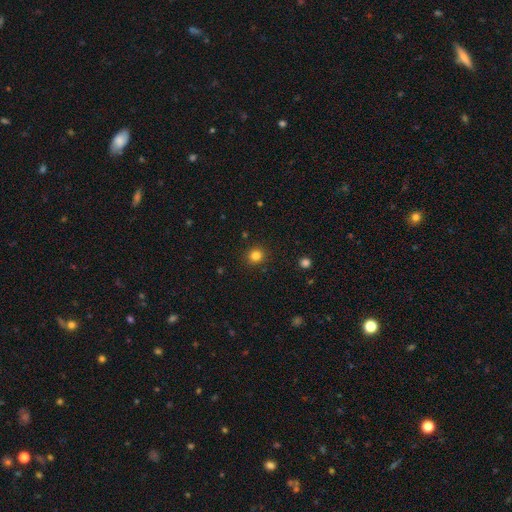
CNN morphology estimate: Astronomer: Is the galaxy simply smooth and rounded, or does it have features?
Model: smooth — 82%.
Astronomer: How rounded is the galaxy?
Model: round — 86%.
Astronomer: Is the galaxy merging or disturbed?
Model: none — 91%.